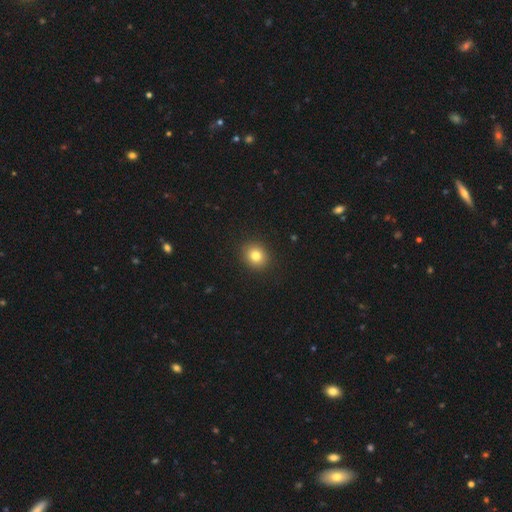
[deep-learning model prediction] A smooth galaxy with no disk features (81%) that is round (76%).

Vote fractions:
- Smooth or featured? smooth: 81% / star or artifact: 11% / featured or disk: 8%
- How rounded? round: 76% / in between: 23% / cigar-shaped: 1%
- Merging? none: 91% / minor disturbance: 6% / major disturbance: 2% / merger: 1%